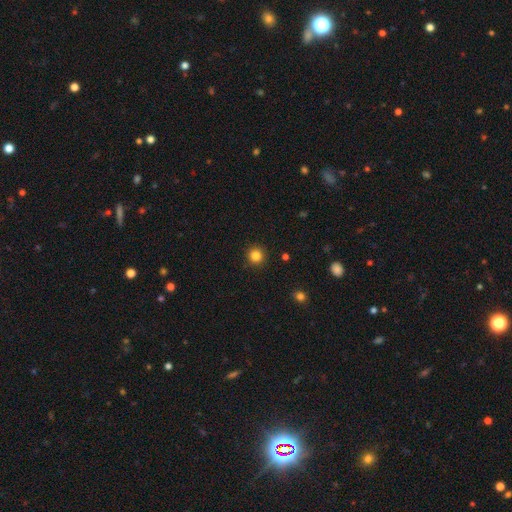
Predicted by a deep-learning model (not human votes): Smooth or featured? smooth (83%)
How rounded? round (95%)
Merging? none (92%)